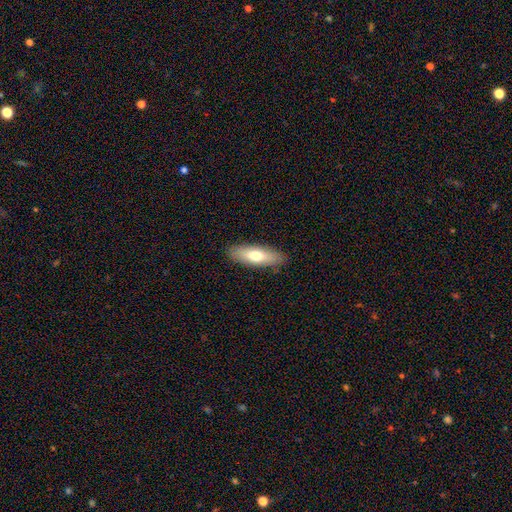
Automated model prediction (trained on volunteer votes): smooth-or-featured: smooth: 70% | featured or disk: 24% | star or artifact: 6%
  how-rounded: in between: 53% | cigar-shaped: 45% | round: 2%
  merging: none: 88% | minor disturbance: 9% | major disturbance: 2% | merger: 1%